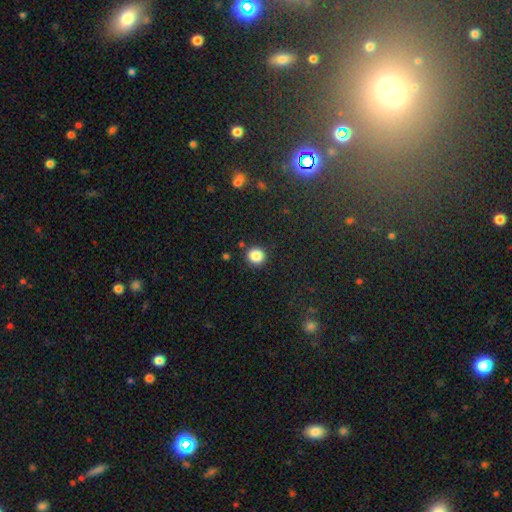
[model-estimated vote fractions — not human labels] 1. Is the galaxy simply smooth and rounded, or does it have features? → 86% smooth, 10% star or artifact, 4% featured or disk.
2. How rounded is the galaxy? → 92% round, 7% in between, 1% cigar-shaped.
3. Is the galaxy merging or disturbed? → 90% none, 6% minor disturbance, 2% major disturbance, 2% merger.